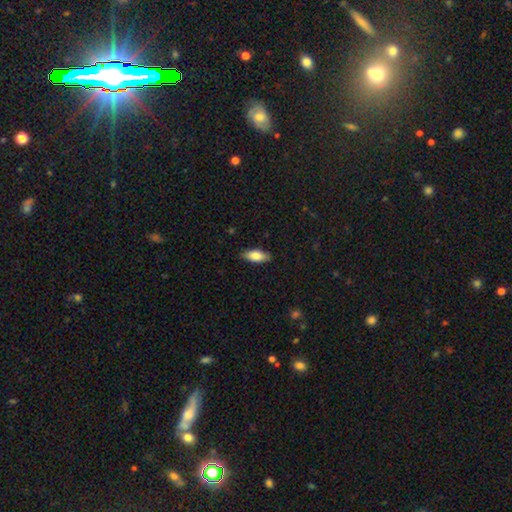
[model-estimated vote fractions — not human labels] smooth-or-featured: smooth: 79% | featured or disk: 14% | star or artifact: 6%
  how-rounded: in between: 78% | cigar-shaped: 20% | round: 2%
  merging: none: 87% | minor disturbance: 10% | major disturbance: 2% | merger: 1%